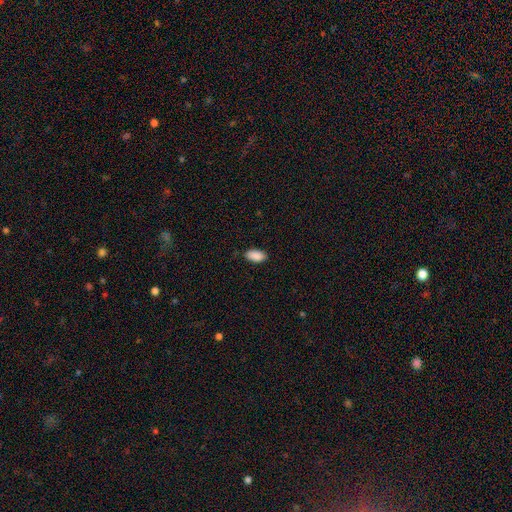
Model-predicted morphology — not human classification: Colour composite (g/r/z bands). It shows a smooth galaxy with no disk features (90%) that is in between round and cigar-shaped (94%). Merging: none (85%).